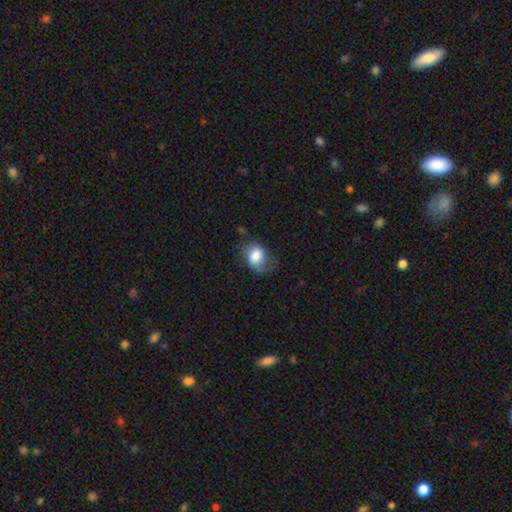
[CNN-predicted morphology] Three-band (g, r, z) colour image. It shows a smooth galaxy with no disk features (76%) that is in between round and cigar-shaped (58%). Merging: none (45%).